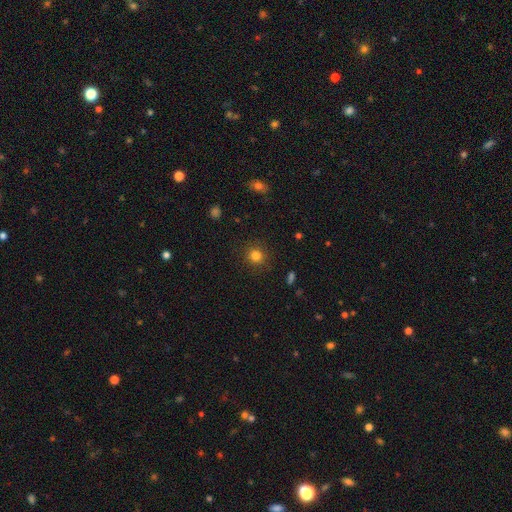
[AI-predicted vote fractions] smooth_or_featured: smooth (p=0.82) [alt: star or artifact p=0.13]
how_rounded: round (p=0.90) [alt: in between p=0.09]
merging: none (p=0.89) [alt: minor disturbance p=0.07]